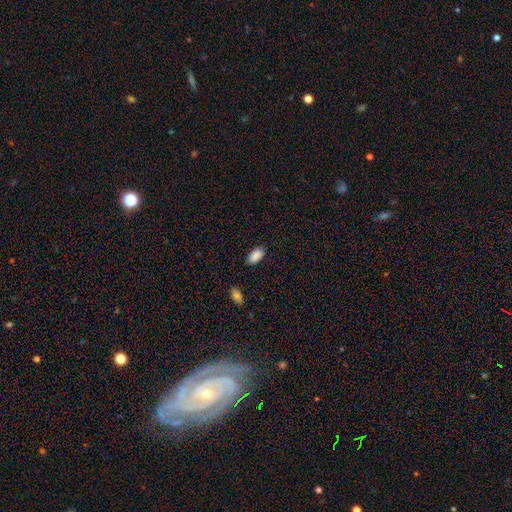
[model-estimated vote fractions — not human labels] Smooth or featured? smooth (89%)
How rounded? in between (94%)
Merging? none (86%)